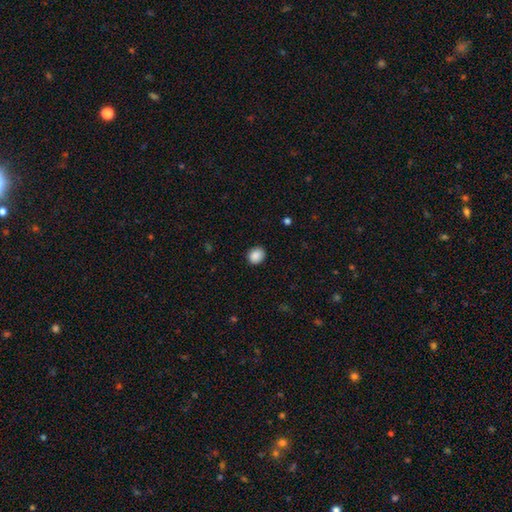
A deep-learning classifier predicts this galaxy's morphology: This appears to be a smooth galaxy with no disk features (88%) that is round (65%). Merging: none (88%).